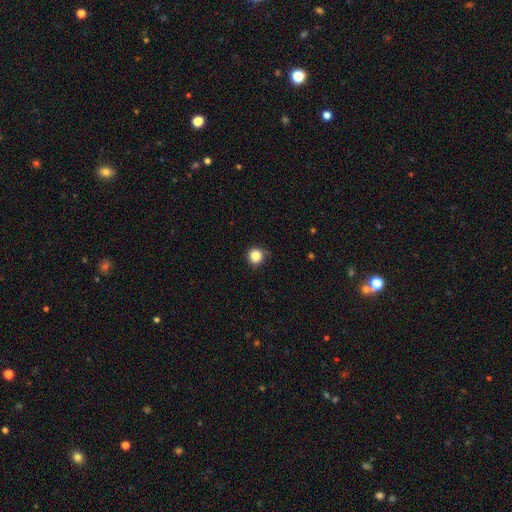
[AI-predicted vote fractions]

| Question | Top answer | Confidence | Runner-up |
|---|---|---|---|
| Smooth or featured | smooth | 84% | star or artifact (11%) |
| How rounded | round | 92% | in between (7%) |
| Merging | none | 74% | minor disturbance (21%) |